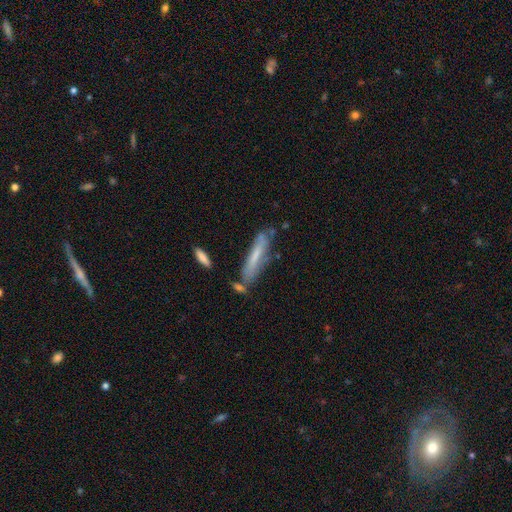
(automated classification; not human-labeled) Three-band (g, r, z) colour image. It shows a smooth galaxy with no disk features (51%) that is cigar-shaped (84%). Merging: none (62%).